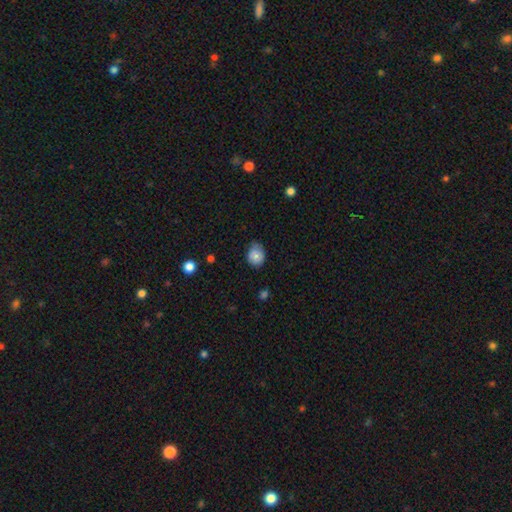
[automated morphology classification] This is clearly a smooth galaxy (81%). How rounded: possibly round (60%). Merging: possibly none (57%).